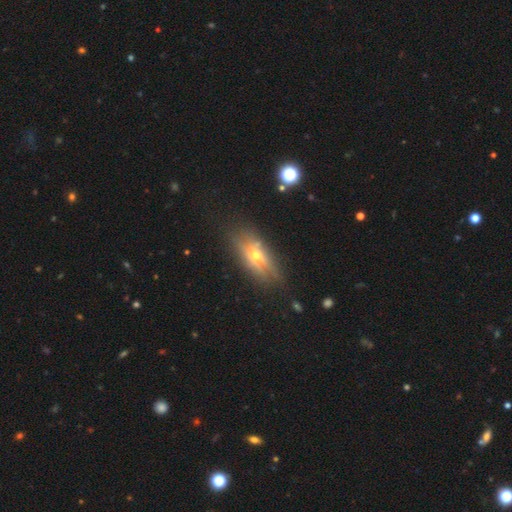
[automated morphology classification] Overall: featured or disk (51%; smooth 37%). Edge-on disk: yes (66%; no 34%). Merging: none (75%).